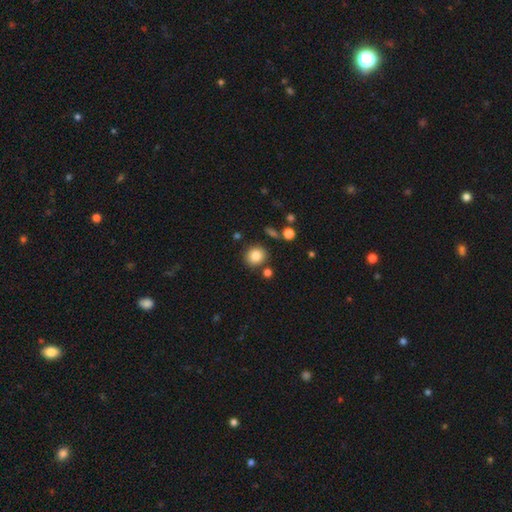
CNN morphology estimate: smooth_or_featured: smooth (p=0.84) [alt: star or artifact p=0.10]
how_rounded: round (p=0.89) [alt: in between p=0.10]
merging: none (p=0.84) [alt: minor disturbance p=0.08]